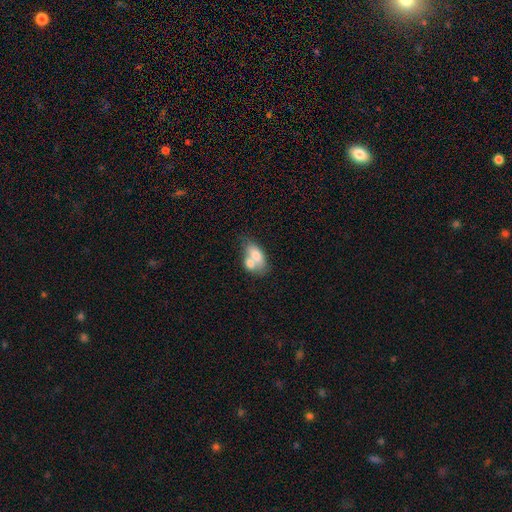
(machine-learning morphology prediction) Overall: smooth (70%). How rounded: in between (86%). Merging: merger (63%).